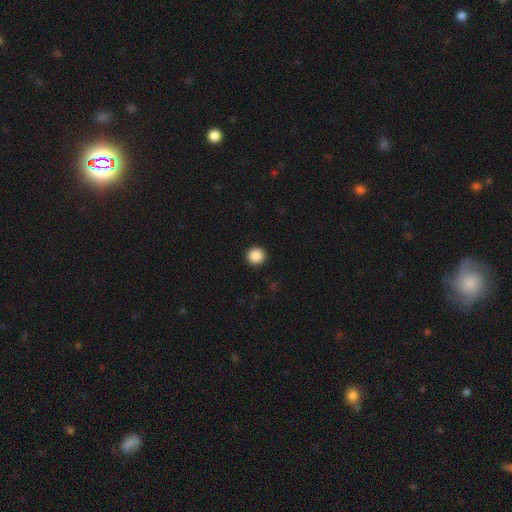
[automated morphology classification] A smooth galaxy with no disk features (88%) that is round (95%). Merging: none (93%).